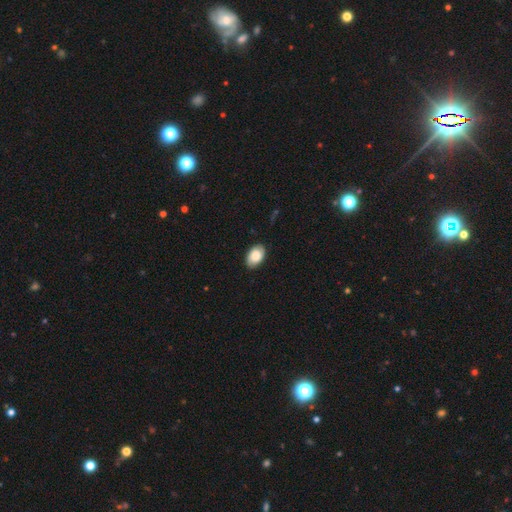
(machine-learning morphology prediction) This appears to be a smooth galaxy with no disk features (83%) that is in between round and cigar-shaped (91%). Merging: none (86%).